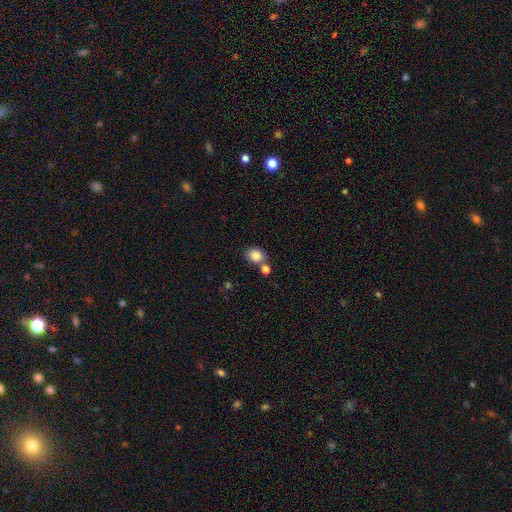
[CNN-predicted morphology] type=smooth (85%); roundness=round (59%); merging=none (63%).